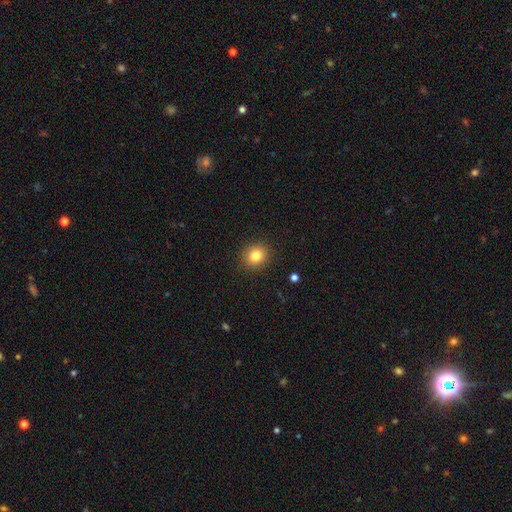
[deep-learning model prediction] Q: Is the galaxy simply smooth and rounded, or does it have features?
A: smooth — 83%.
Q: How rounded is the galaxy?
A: round — 80%.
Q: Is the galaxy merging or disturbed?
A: none — 90%.